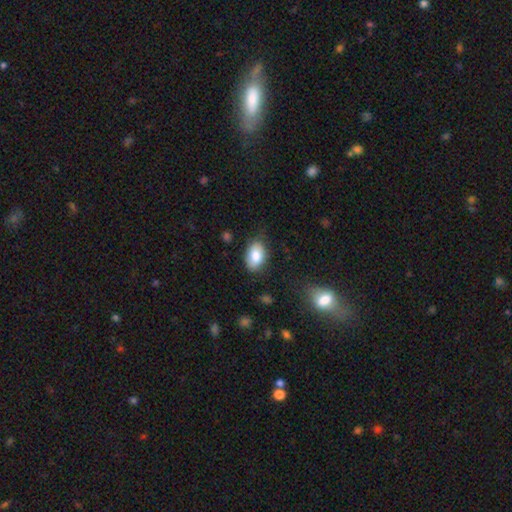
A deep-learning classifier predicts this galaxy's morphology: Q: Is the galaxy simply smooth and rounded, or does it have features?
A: smooth — 81%.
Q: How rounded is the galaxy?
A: in between — 90%.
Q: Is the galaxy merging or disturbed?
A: none — 75%.